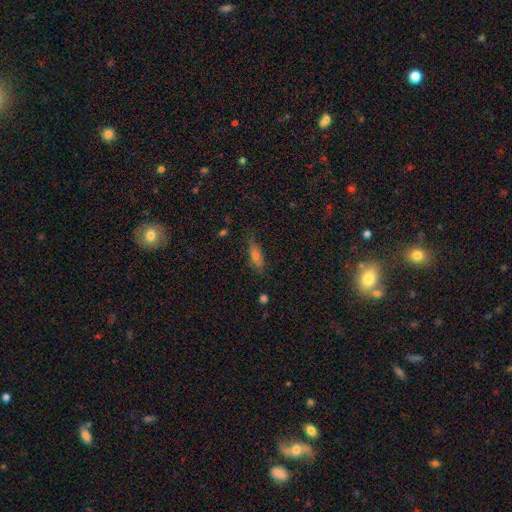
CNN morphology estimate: A smooth galaxy with no disk features (55%) that is in between round and cigar-shaped (50%).

Vote fractions:
- Smooth or featured? smooth: 55% / featured or disk: 29% / star or artifact: 16%
- How rounded? in between: 50% / cigar-shaped: 45% / round: 5%
- Merging? none: 78% / minor disturbance: 17% / major disturbance: 4% / merger: 2%